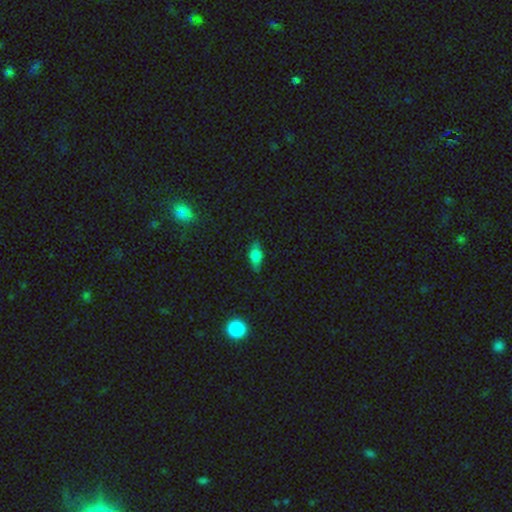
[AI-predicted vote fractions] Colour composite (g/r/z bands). It shows a smooth galaxy with no disk features (65%) that is in between round and cigar-shaped (78%). Merging: none (78%).